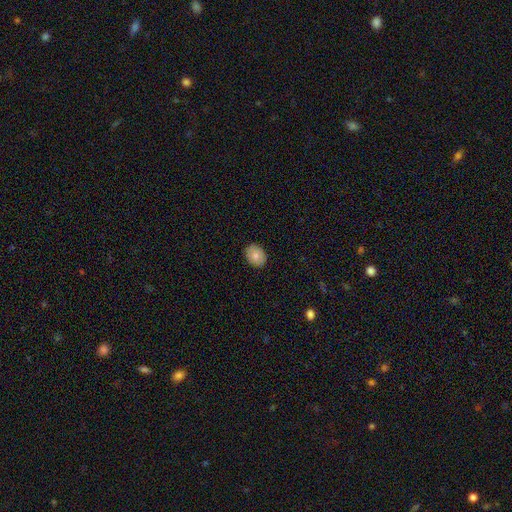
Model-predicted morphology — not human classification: smooth-or-featured: smooth: 76% | featured or disk: 16% | star or artifact: 8%
  how-rounded: in between: 57% | round: 43% | cigar-shaped: 1%
  merging: none: 89% | minor disturbance: 9% | major disturbance: 2% | merger: 1%